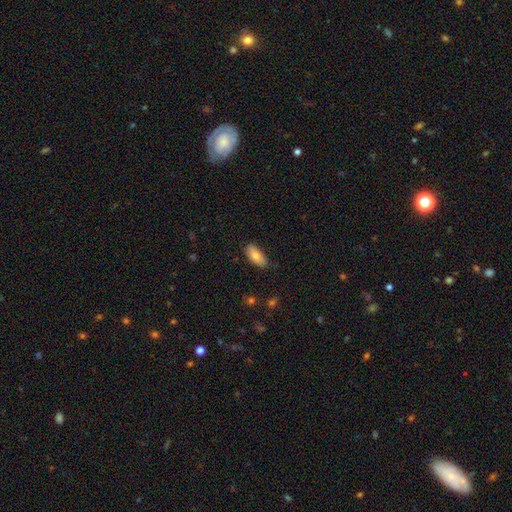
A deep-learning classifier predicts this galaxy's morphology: This appears to be a smooth galaxy with no disk features (81%) that is in between round and cigar-shaped (86%). Merging: none (76%).